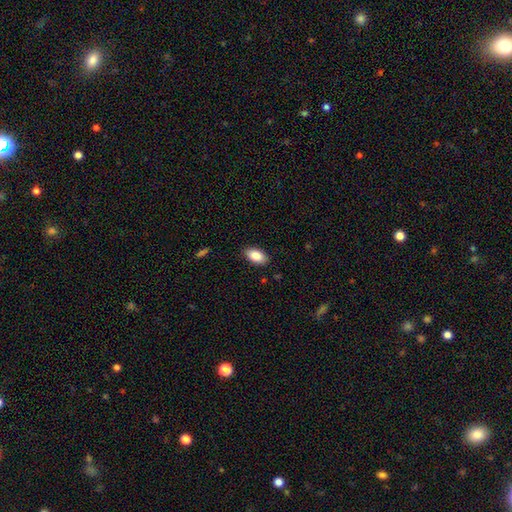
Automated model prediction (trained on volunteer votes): Q: Smooth or featured?
A: smooth (87%); runner-up: star or artifact (7%)
Q: How rounded?
A: in between (94%); runner-up: round (3%)
Q: Merging?
A: none (87%); runner-up: minor disturbance (10%)